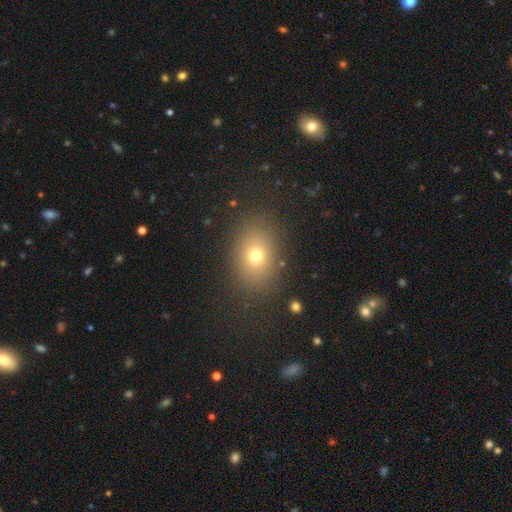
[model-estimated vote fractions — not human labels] Q: Smooth or featured?
A: smooth (72%); runner-up: star or artifact (15%)
Q: How rounded?
A: in between (66%); runner-up: round (33%)
Q: Merging?
A: none (85%); runner-up: minor disturbance (9%)